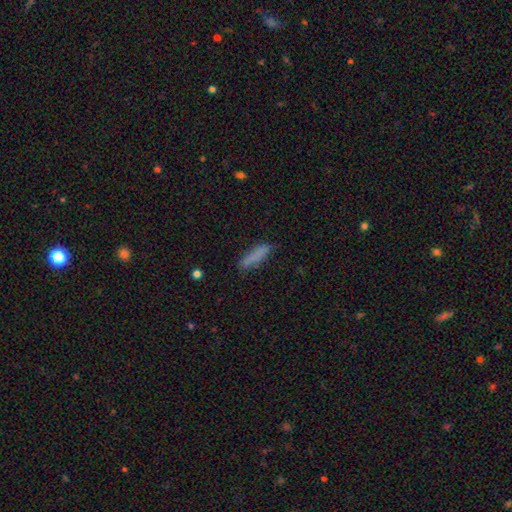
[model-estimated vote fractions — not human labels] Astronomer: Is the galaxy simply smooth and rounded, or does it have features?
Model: smooth — 82%.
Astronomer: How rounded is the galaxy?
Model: cigar-shaped — 77%.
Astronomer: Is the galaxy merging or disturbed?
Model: none — 79%.